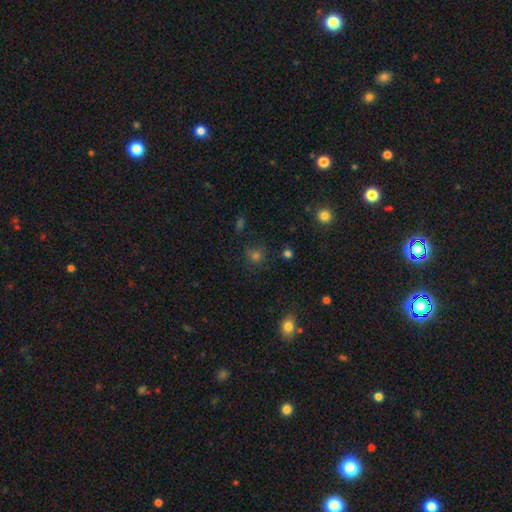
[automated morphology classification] A smooth galaxy with no disk features (63%) that is round (86%).

Vote fractions:
- Smooth or featured? smooth: 63% / star or artifact: 30% / featured or disk: 7%
- How rounded? round: 86% / in between: 13% / cigar-shaped: 1%
- Merging? none: 79% / minor disturbance: 13% / major disturbance: 5% / merger: 3%